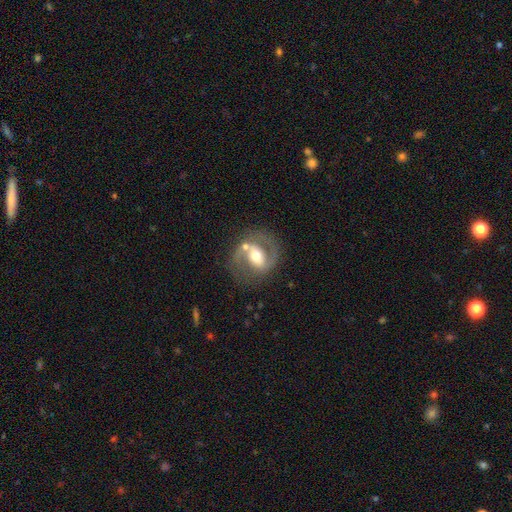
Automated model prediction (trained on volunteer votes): Smooth or featured? Predicted: featured or disk (p=0.80). Edge-on disk? Predicted: no (p=0.97). Bar? Predicted: weak (p=0.39). Spiral arms? Predicted: yes (p=0.86). Spiral winding? Predicted: medium (p=0.55). Spiral arm count? Predicted: 2 (p=0.85). Bulge size? Predicted: moderate (p=0.70). Merging? Predicted: none (p=0.67).